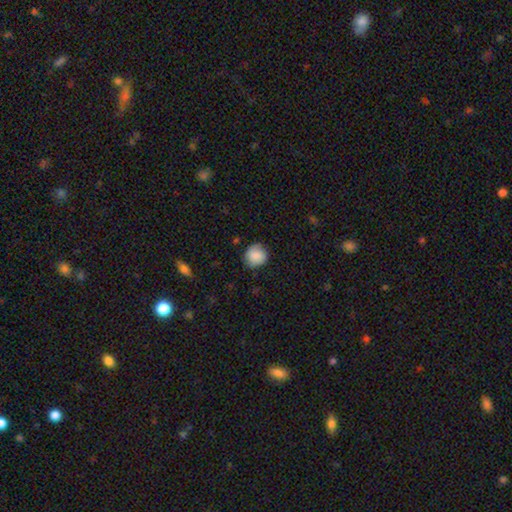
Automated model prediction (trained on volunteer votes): Q: Smooth or featured?
A: smooth (84%); runner-up: featured or disk (8%)
Q: How rounded?
A: round (86%); runner-up: in between (13%)
Q: Merging?
A: none (80%); runner-up: minor disturbance (16%)